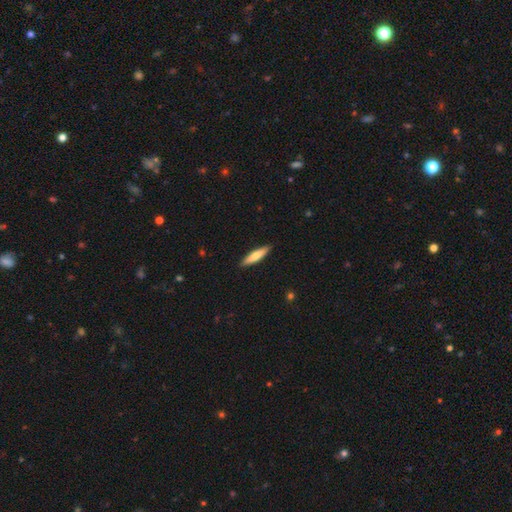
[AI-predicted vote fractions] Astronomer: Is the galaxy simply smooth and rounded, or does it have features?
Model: smooth — 66%.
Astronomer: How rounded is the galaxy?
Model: cigar-shaped — 81%.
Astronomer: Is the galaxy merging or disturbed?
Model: none — 90%.